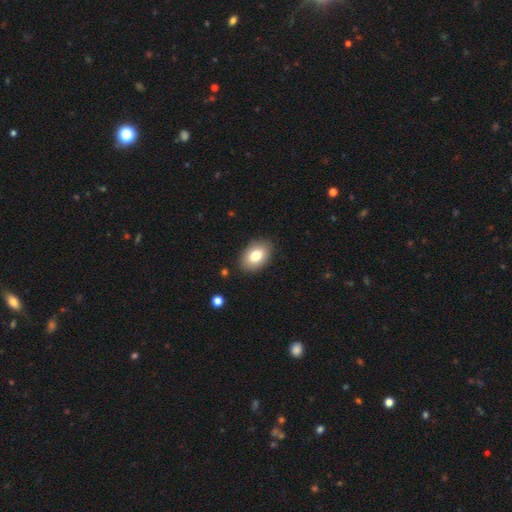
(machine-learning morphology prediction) Smooth or featured? Predicted: smooth (p=0.79). How rounded? Predicted: in between (p=0.87). Merging? Predicted: none (p=0.88).